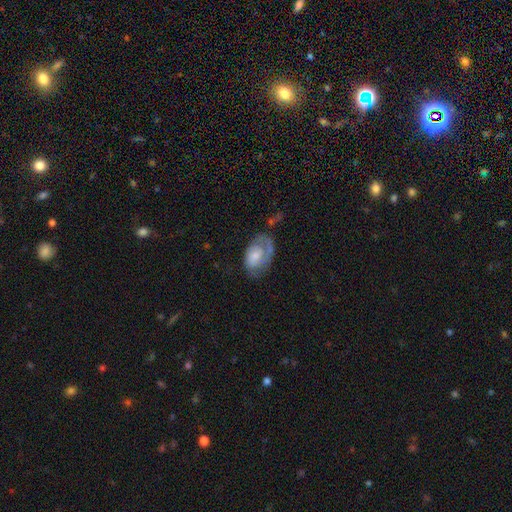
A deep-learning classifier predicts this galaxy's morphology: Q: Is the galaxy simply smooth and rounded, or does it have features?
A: featured or disk — 62%.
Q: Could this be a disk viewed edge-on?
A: no — 97%.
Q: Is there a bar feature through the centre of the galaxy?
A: no — 69%.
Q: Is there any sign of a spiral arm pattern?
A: yes — 84%.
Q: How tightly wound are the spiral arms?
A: tight — 47%.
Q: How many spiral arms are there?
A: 1 — 50%.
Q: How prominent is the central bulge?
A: small — 41%.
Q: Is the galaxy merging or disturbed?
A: none — 49%.